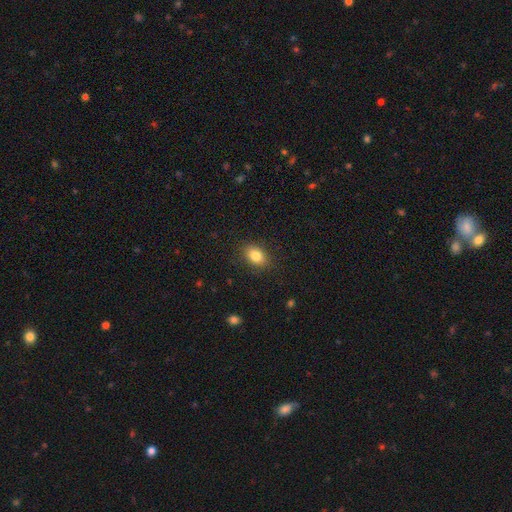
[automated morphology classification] type=smooth (84%); roundness=in between (81%); merging=none (86%).